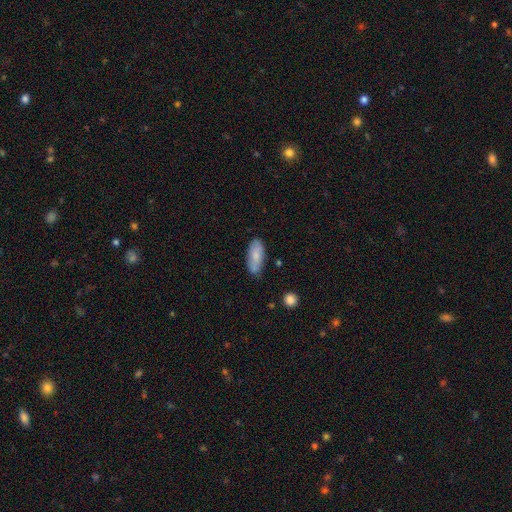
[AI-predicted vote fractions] Smooth or featured? smooth (76%)
How rounded? in between (82%)
Merging? none (72%)